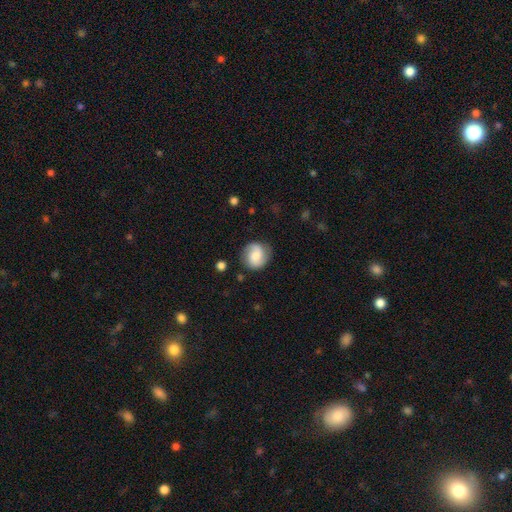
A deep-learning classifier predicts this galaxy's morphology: Smooth or featured? featured or disk (48%)
Merging? none (79%)